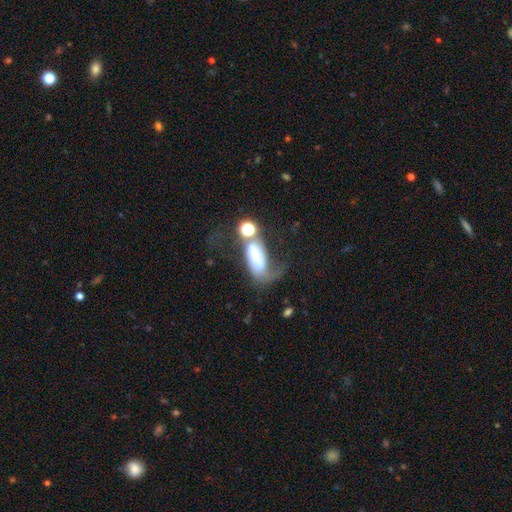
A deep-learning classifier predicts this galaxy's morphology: type=smooth (51%); roundness=in between (82%); merging=major disturbance (38%).